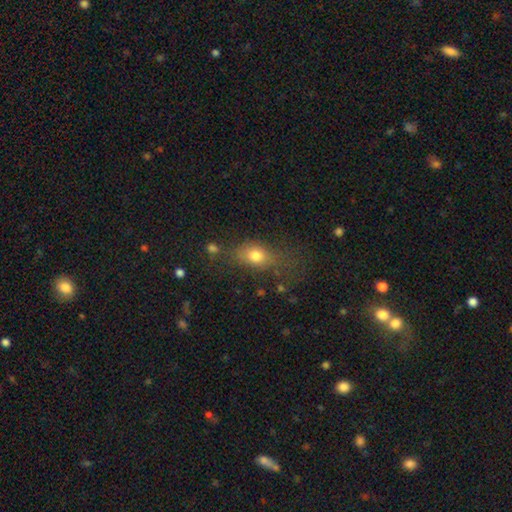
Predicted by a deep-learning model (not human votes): smooth 75%, star or artifact 13%, featured or disk 12%. Down the decision tree: how rounded — in between (66%); merging — none (54%).